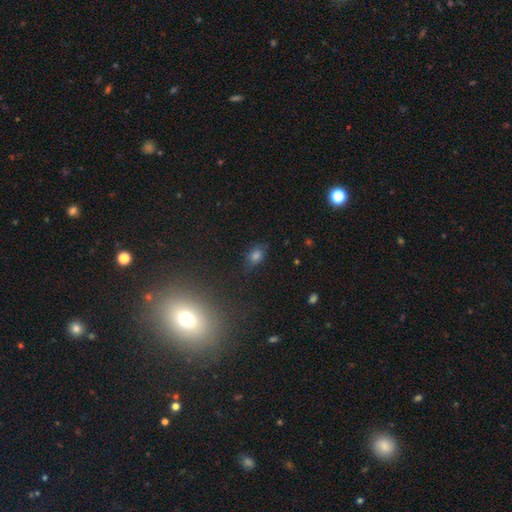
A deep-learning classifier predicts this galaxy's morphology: type=smooth (66%); roundness=in between (69%); merging=none (75%).